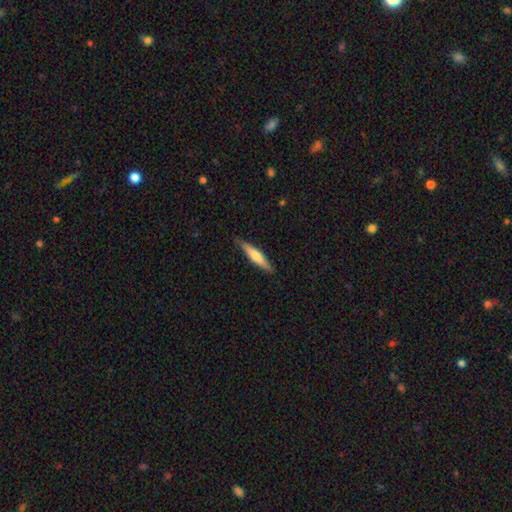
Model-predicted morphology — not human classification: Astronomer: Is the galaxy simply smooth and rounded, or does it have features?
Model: smooth — 53% (runner-up: featured or disk, 42%).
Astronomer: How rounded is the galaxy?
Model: cigar-shaped — 86%.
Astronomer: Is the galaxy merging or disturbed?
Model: none — 87%.